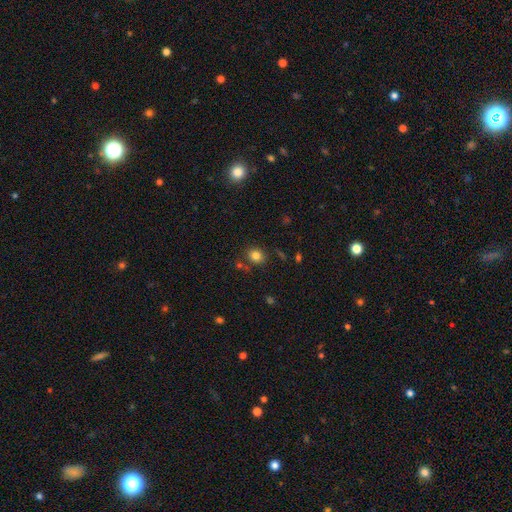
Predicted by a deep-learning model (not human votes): The model was most divided on "how rounded": round: 71%, in between: 28%, cigar-shaped: 1%. More confident: smooth or featured — smooth (81%); merging — none (78%).